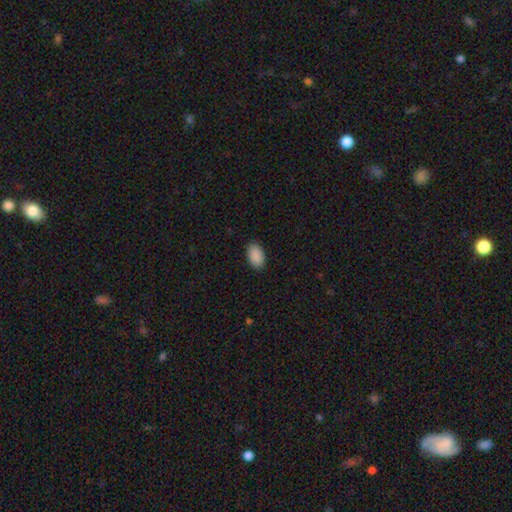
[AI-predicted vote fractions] Overall: smooth (91%). How rounded: in between (93%). Merging: none (88%).